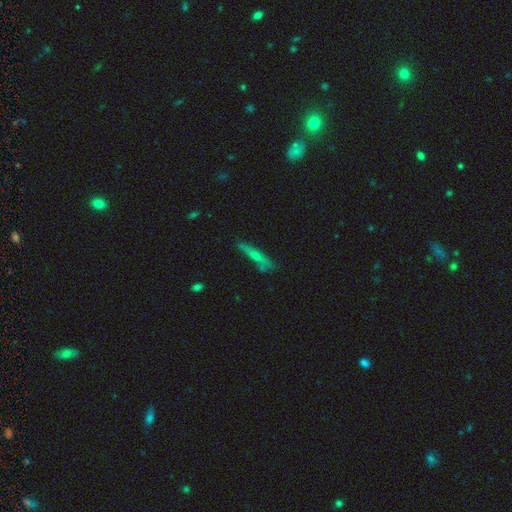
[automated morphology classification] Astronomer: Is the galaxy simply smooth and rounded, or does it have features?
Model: featured or disk — 54% (runner-up: smooth, 37%).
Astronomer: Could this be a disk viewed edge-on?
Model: yes — 88%.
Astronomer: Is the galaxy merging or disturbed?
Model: none — 76%.